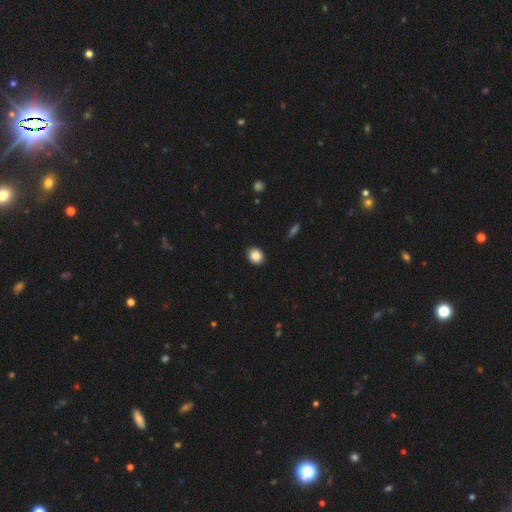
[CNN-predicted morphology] Smooth or featured?
  - smooth: 87% *
  - star or artifact: 9%
  - featured or disk: 4%
How rounded?
  - round: 57% *
  - in between: 42%
  - cigar-shaped: 1%
Merging?
  - none: 90% *
  - minor disturbance: 7%
  - major disturbance: 2%
  - merger: 1%